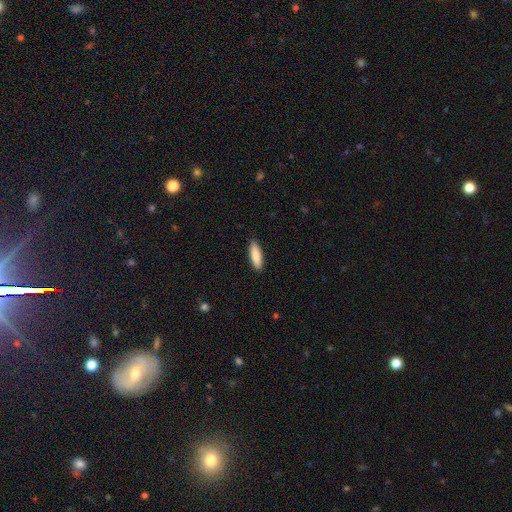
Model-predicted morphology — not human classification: type=smooth (87%); roundness=cigar-shaped (53%); merging=none (90%).